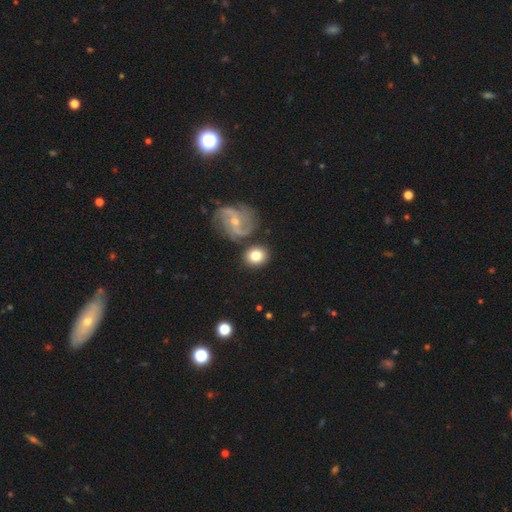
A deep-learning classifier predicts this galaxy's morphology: This appears to be a smooth galaxy with no disk features (74%) that is round (76%). Merging: none (76%).